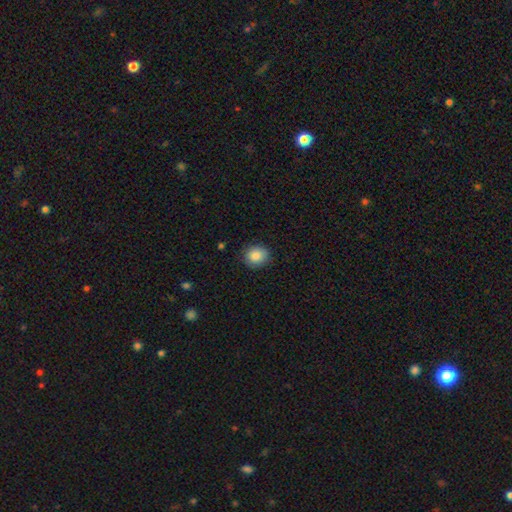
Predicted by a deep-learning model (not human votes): Smooth or featured? Predicted: smooth (p=0.88). How rounded? Predicted: round (p=0.75). Merging? Predicted: none (p=0.85).